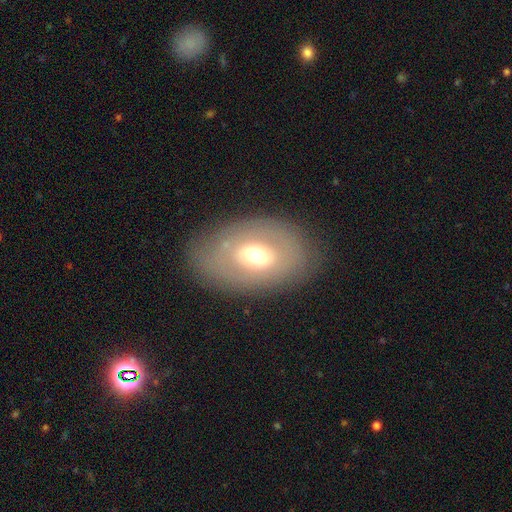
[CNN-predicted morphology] smooth 47%, featured or disk 45%, star or artifact 8%. Down the decision tree: merging — none (79%).